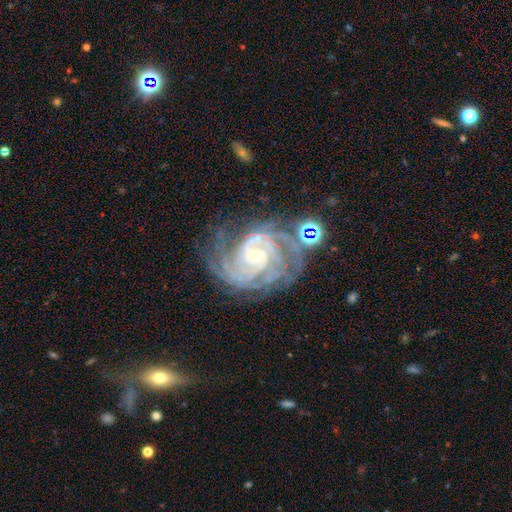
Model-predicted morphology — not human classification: Overall: featured or disk (90%). Edge-on disk: no (98%). Bar: no (63%; weak 27%). Spiral arms: yes (98%). Spiral arm count: 4 (24%; 3 21%). Spiral winding: tight (69%). Bulge size: small (77%). Merging: none (62%).